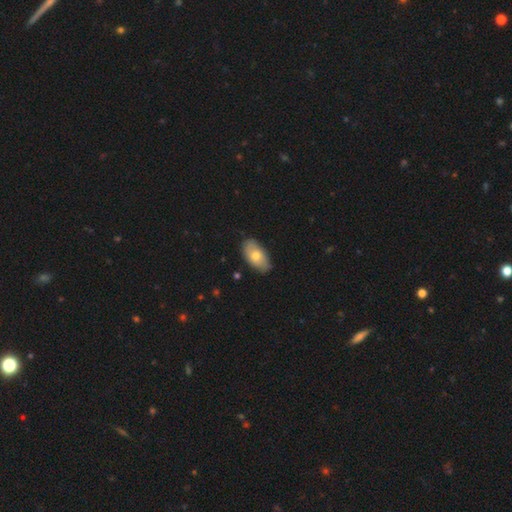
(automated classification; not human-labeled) This is likely a smooth galaxy (69%). How rounded: clearly in between (94%). Merging: likely none (79%).